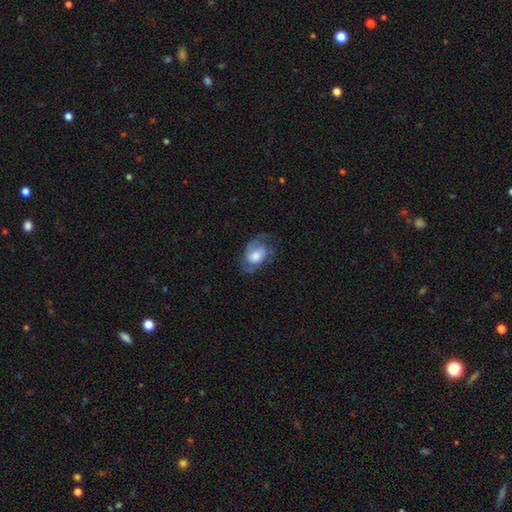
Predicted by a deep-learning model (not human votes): smooth-or-featured: featured or disk: 60% | smooth: 33% | star or artifact: 7%
  disk-edge-on: no: 96% | yes: 4%
    bar: no: 66% | weak: 28% | strong: 6%
    has-spiral-arms: yes: 82% | no: 18%
    bulge-size: large: 40% | moderate: 36% | small: 13% | none: 6% | dominant: 6%
  merging: none: 57% | minor disturbance: 23% | major disturbance: 18% | merger: 1%